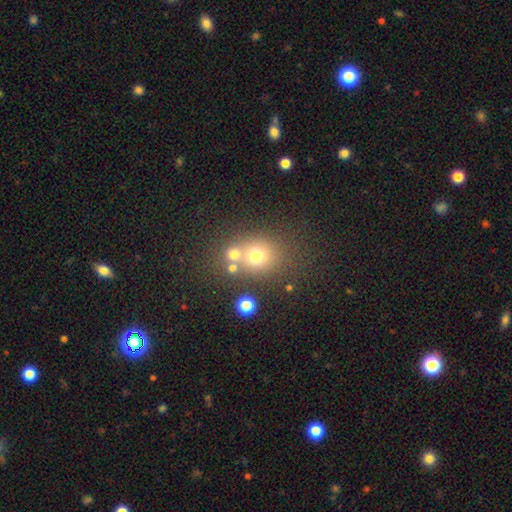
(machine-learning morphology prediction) Overall: smooth (67%). How rounded: round (74%). Merging: none (56%; merger 29%).